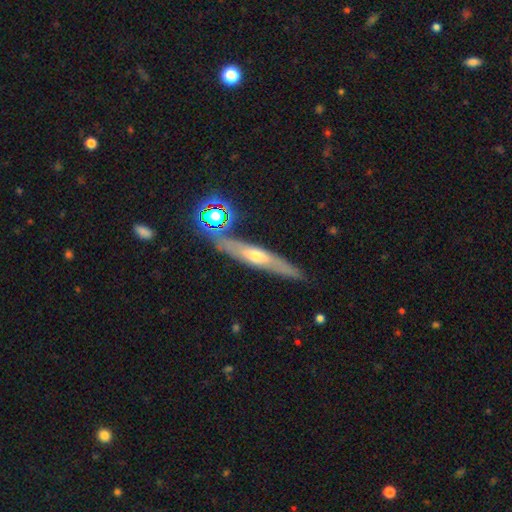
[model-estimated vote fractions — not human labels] A featured or disk galaxy (60%) viewed edge-on (82%). Merging: none (81%).